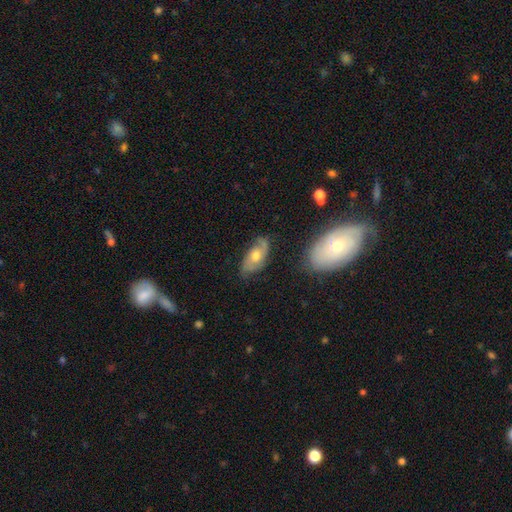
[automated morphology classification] Smooth or featured? featured or disk (63%)
Edge-on disk? no (92%)
Bar? no (71%)
Spiral arms? yes (87%)
Spiral winding? medium (43%)
Spiral arm count? 2 (70%)
Bulge size? moderate (69%)
Merging? none (65%)